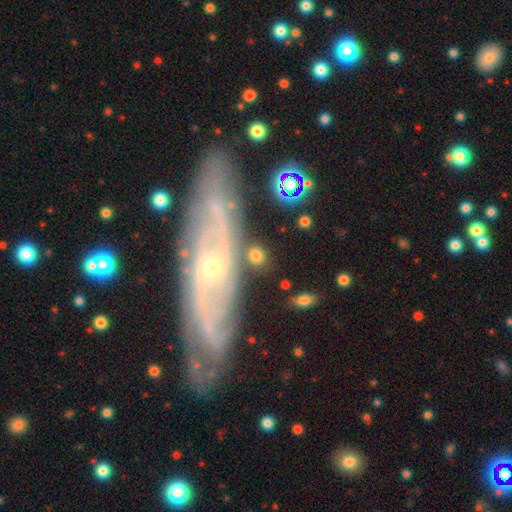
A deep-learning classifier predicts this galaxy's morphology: Q: Smooth or featured?
A: smooth (66%); runner-up: featured or disk (24%)
Q: How rounded?
A: round (62%); runner-up: in between (34%)
Q: Merging?
A: none (79%); runner-up: minor disturbance (11%)